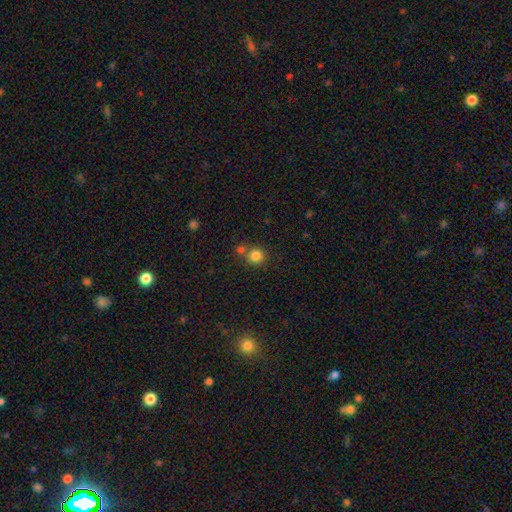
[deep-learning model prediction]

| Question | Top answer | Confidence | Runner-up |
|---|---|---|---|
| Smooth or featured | smooth | 82% | star or artifact (12%) |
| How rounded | round | 89% | in between (10%) |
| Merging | none | 64% | merger (25%) |